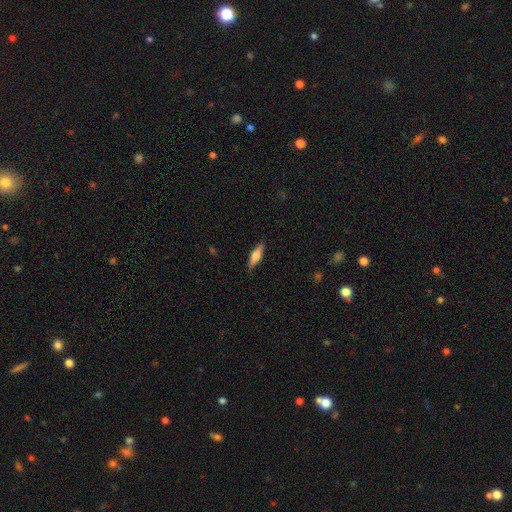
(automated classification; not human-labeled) smooth-or-featured: smooth: 59% | featured or disk: 35% | star or artifact: 6%
  how-rounded: cigar-shaped: 66% | in between: 32% | round: 2%
  merging: none: 88% | minor disturbance: 9% | major disturbance: 2% | merger: 1%